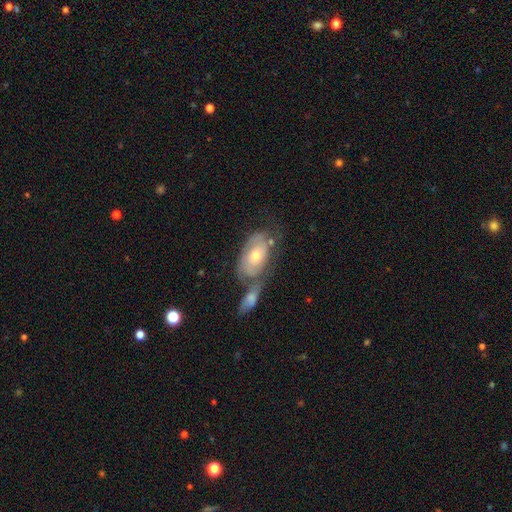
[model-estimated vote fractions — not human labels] Morphology: type=featured or disk (57%); edge-on=no (92%); bar=no (81%); spiral arms=yes (67%); bulge=moderate (57%); merging=merger (40%).